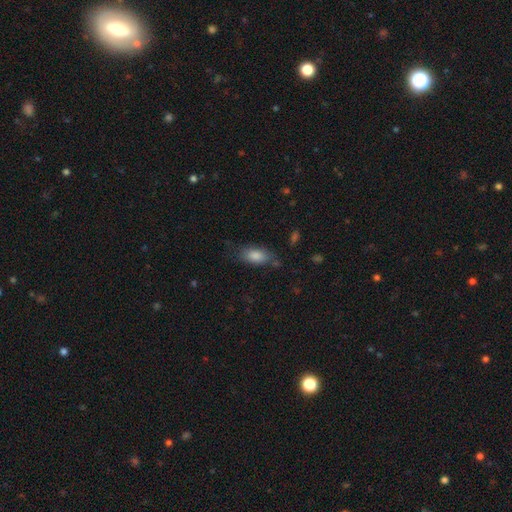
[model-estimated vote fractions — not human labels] This appears to be a smooth galaxy with no disk features (83%) that is in between round and cigar-shaped (86%). Merging: none (67%).